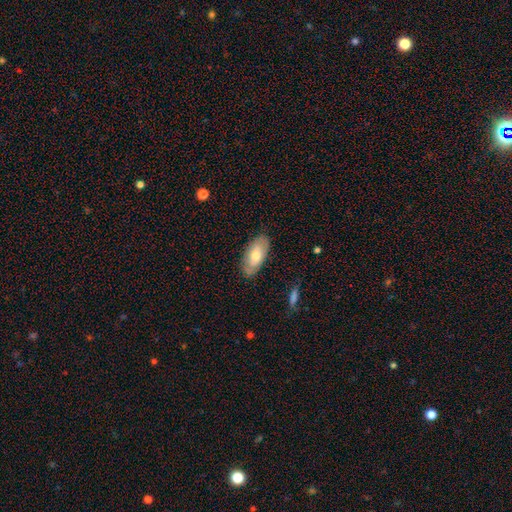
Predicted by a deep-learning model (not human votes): Smooth or featured?
  - smooth: 57% *
  - featured or disk: 37%
  - star or artifact: 6%
How rounded?
  - in between: 91% *
  - cigar-shaped: 6%
  - round: 3%
Merging?
  - none: 81% *
  - minor disturbance: 14%
  - major disturbance: 3%
  - merger: 1%